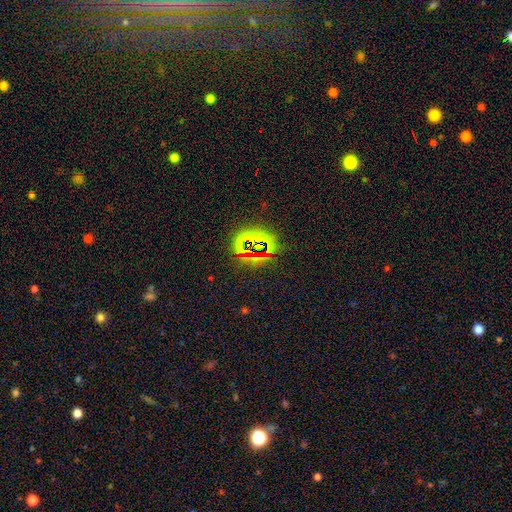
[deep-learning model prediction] smooth-or-featured: star or artifact: 77% | smooth: 15% | featured or disk: 9%